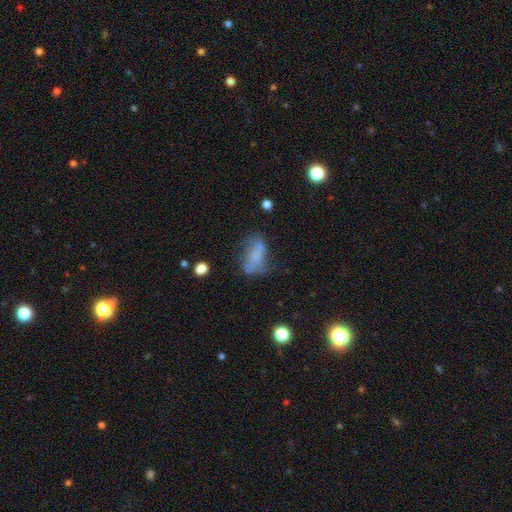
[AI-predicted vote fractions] Smooth or featured: smooth — 50% (featured or disk — 36%)
Merging: none — 40% (minor disturbance — 27%)